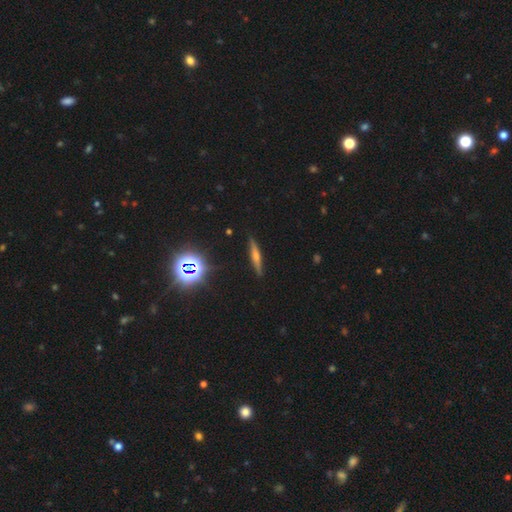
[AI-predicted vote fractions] featured or disk 52%, smooth 32%, star or artifact 16%. Down the decision tree: edge-on disk — yes (95%); merging — none (89%).